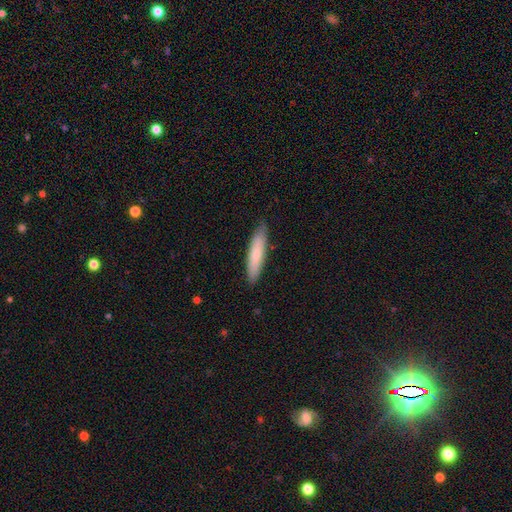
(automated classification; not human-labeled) Smooth or featured? smooth (77%)
How rounded? cigar-shaped (81%)
Merging? none (86%)